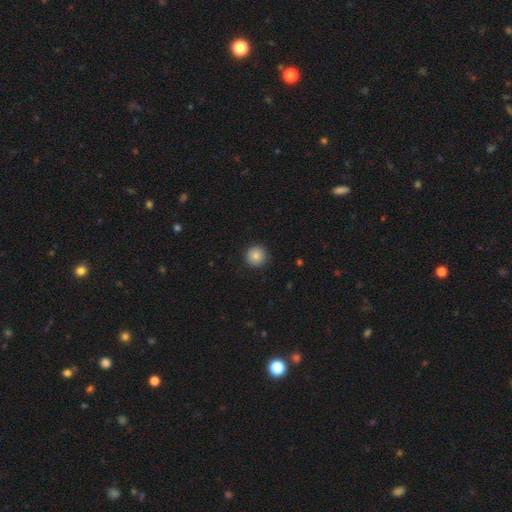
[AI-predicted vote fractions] Smooth or featured? Predicted: smooth (p=0.83). How rounded? Predicted: round (p=0.96). Merging? Predicted: none (p=0.92).